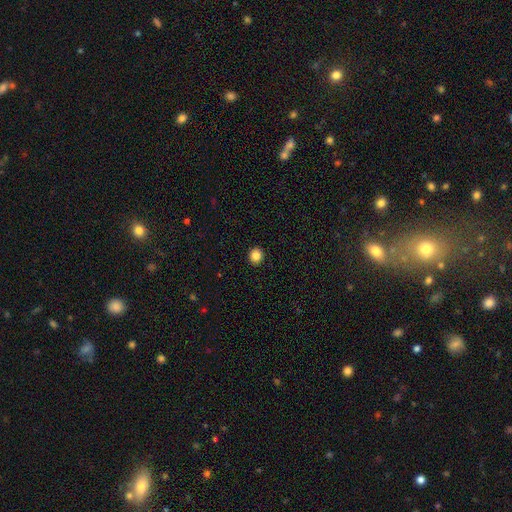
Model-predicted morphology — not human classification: Smooth or featured? smooth (85%)
How rounded? round (88%)
Merging? none (93%)